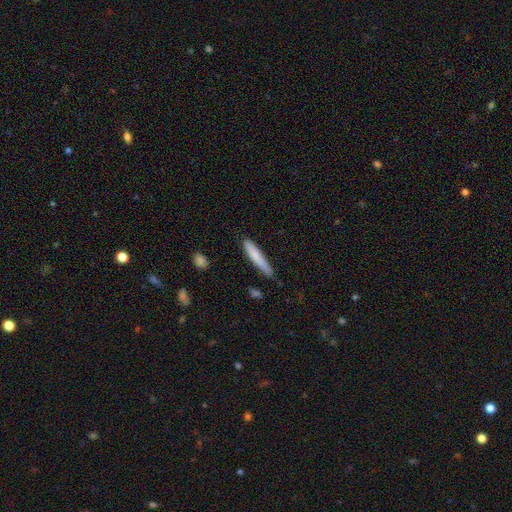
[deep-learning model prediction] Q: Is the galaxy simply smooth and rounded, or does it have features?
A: smooth — 78%.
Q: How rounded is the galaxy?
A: cigar-shaped — 92%.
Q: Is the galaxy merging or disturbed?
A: none — 76%.